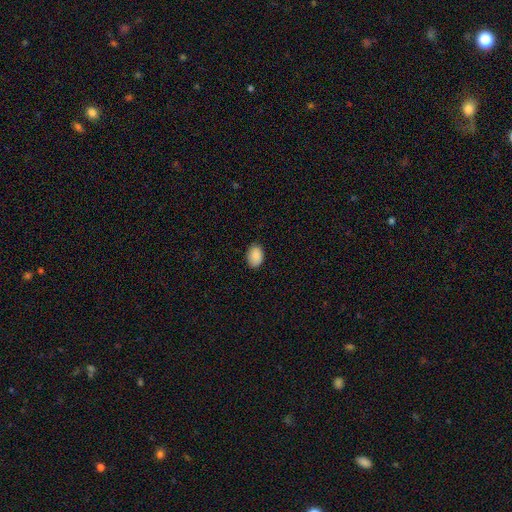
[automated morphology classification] Q: Smooth or featured?
A: smooth (90%); runner-up: star or artifact (7%)
Q: How rounded?
A: in between (82%); runner-up: round (17%)
Q: Merging?
A: none (86%); runner-up: minor disturbance (10%)